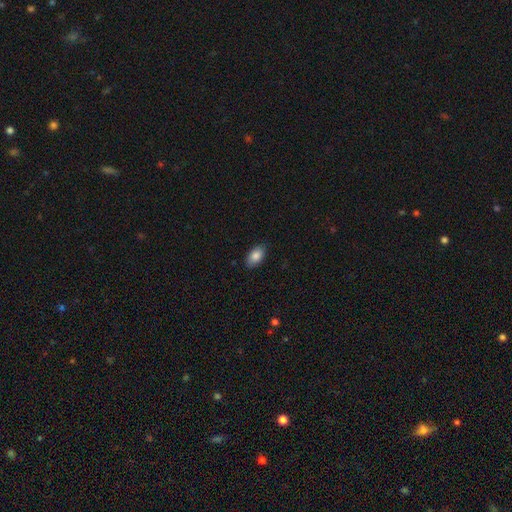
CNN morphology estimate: type=smooth (85%); roundness=in between (93%); merging=none (84%).